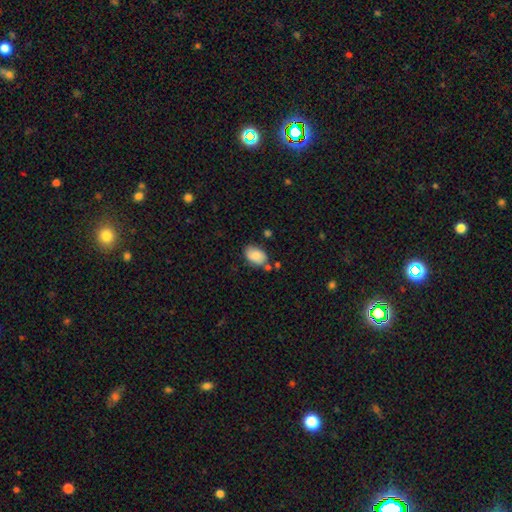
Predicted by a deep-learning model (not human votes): Smooth or featured: smooth — 81% (featured or disk — 12%)
How rounded: in between — 85% (round — 14%)
Merging: none — 68% (minor disturbance — 20%)